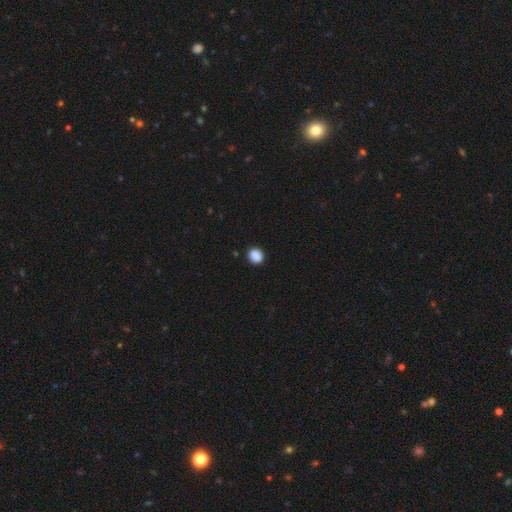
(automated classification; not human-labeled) Smooth or featured? smooth (88%)
How rounded? round (75%)
Merging? none (90%)